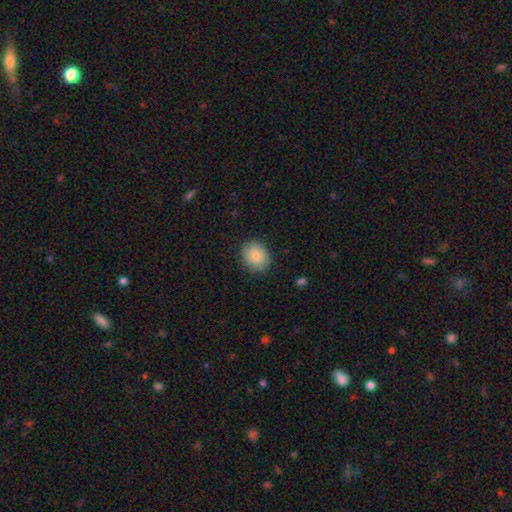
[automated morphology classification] Smooth or featured?
  - smooth: 85% *
  - featured or disk: 8%
  - star or artifact: 7%
How rounded?
  - round: 60% *
  - in between: 39%
  - cigar-shaped: 1%
Merging?
  - none: 86% *
  - minor disturbance: 10%
  - major disturbance: 3%
  - merger: 1%